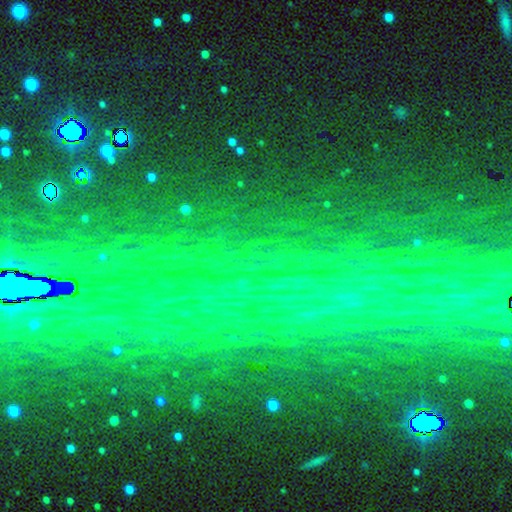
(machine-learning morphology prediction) Q: Smooth or featured?
A: star or artifact (83%); runner-up: featured or disk (9%)